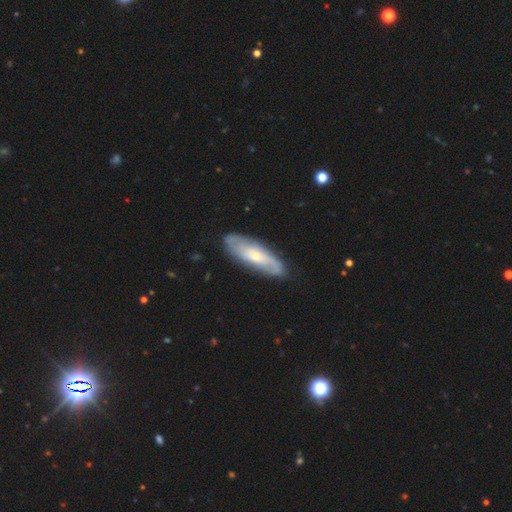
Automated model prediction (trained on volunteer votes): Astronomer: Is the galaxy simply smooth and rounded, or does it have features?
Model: featured or disk — 63%.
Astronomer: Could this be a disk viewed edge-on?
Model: no — 81%.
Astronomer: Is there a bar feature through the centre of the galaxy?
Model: no — 69%.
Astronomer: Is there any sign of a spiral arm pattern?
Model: yes — 81%.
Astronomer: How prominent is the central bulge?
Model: small — 66%.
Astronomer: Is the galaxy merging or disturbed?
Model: none — 82%.